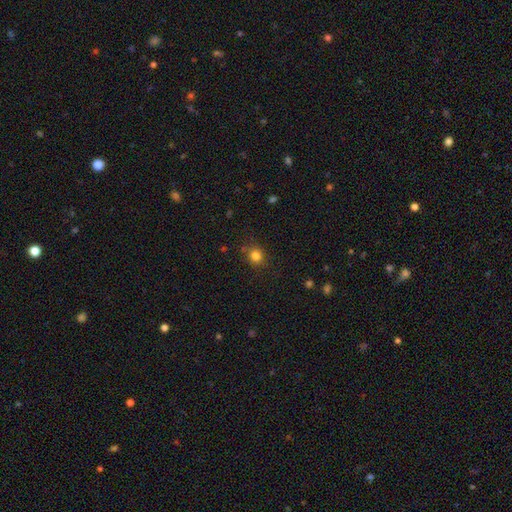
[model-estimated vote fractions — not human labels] A smooth galaxy with no disk features (81%) that is round (80%). Merging: none (83%).